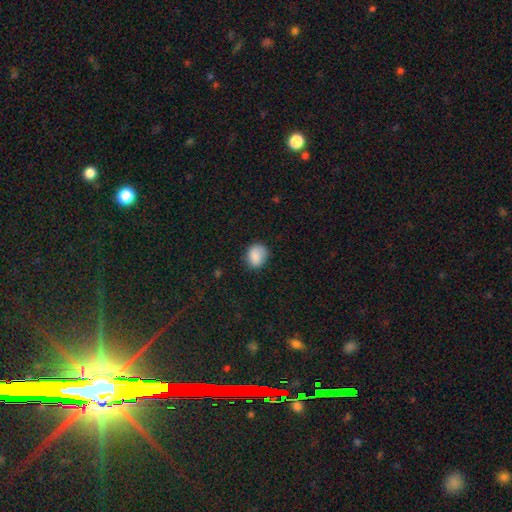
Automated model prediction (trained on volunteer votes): smooth 86%, star or artifact 8%, featured or disk 6%. Down the decision tree: how rounded — round (50%); merging — none (74%).